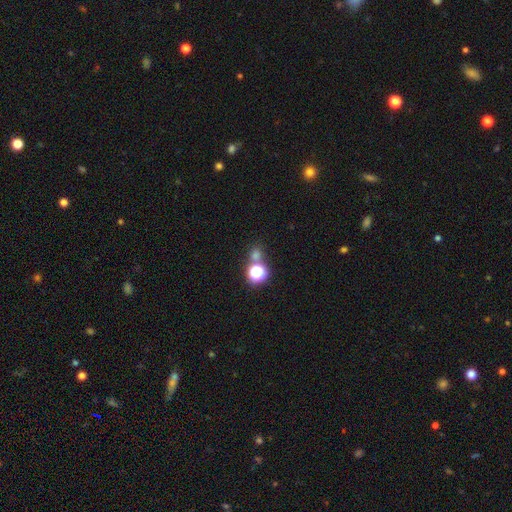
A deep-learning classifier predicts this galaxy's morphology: Smooth or featured: smooth — 56% (star or artifact — 37%)
How rounded: round — 83% (in between — 15%)
Merging: none — 66% (merger — 22%)